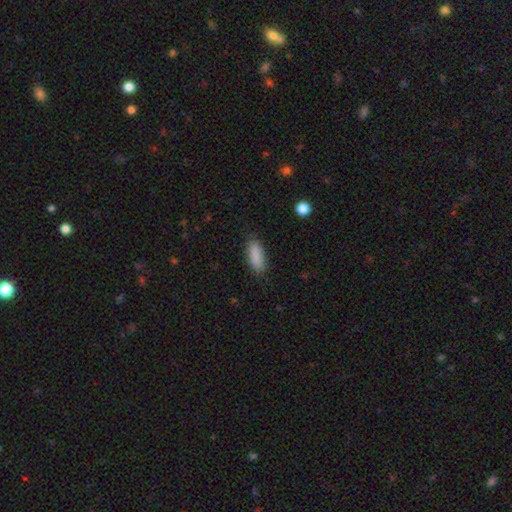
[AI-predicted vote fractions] Smooth or featured?
  - smooth: 88% *
  - star or artifact: 7%
  - featured or disk: 5%
How rounded?
  - in between: 69% *
  - cigar-shaped: 29%
  - round: 2%
Merging?
  - none: 83% *
  - minor disturbance: 13%
  - major disturbance: 3%
  - merger: 1%